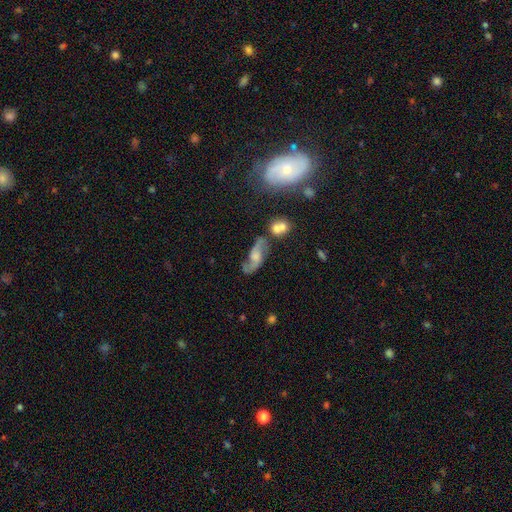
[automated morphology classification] type=featured or disk (77%); edge-on=no (93%); bar=no (51%); spiral arms=yes (92%); winding=loose (67%); arm count=2 (91%); bulge=moderate (35%); merging=none (58%).